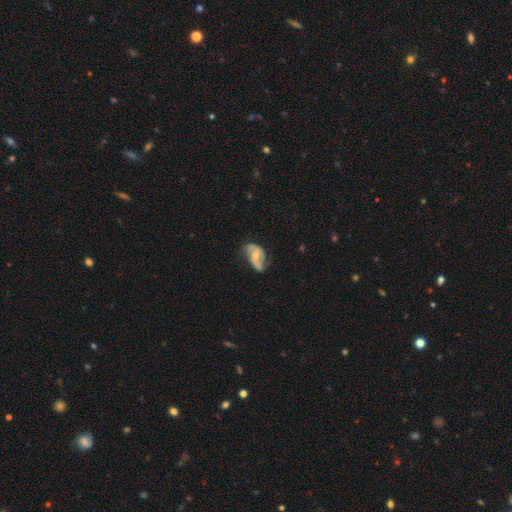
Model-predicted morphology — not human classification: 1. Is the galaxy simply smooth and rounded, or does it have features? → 68% featured or disk, 26% smooth, 6% star or artifact.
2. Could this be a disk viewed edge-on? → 96% no, 4% yes.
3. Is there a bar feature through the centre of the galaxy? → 61% no, 30% weak, 9% strong.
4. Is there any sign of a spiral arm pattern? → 83% yes, 17% no.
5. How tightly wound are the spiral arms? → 42% medium, 38% loose, 20% tight.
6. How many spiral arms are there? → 80% 2, 10% can't tell, 5% 1, 2% 3, 1% 4, 1% more than 4.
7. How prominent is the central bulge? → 57% moderate, 36% small, 3% none, 3% large, 1% dominant.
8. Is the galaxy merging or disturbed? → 49% none, 33% minor disturbance, 15% major disturbance, 2% merger.